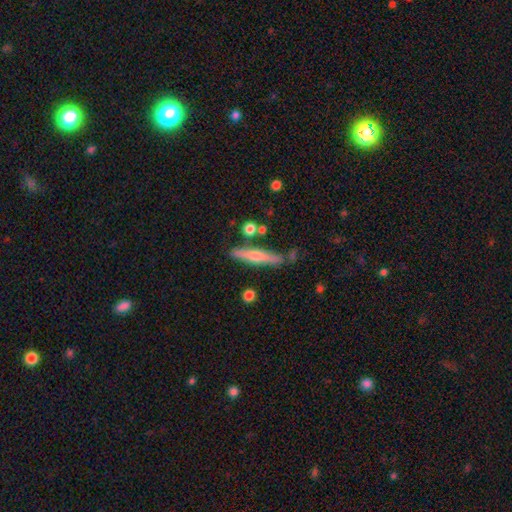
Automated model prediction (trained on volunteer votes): The model was most divided on "smooth or featured": featured or disk: 58%, smooth: 33%, star or artifact: 9%. More confident: edge-on disk — yes (92%); edge-on bulge — rounded (79%); merging — none (78%).